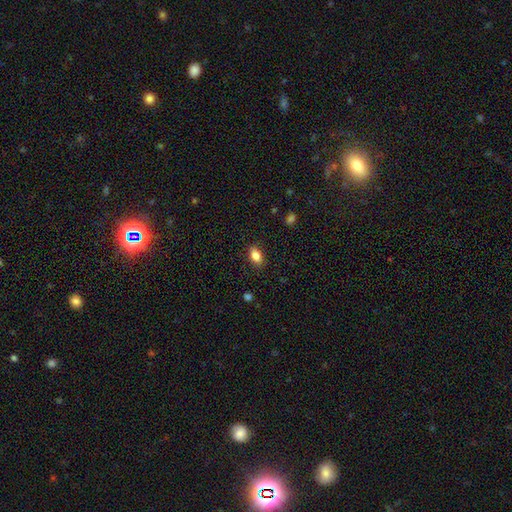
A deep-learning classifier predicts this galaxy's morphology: Smooth or featured? smooth (83%)
How rounded? in between (86%)
Merging? none (87%)